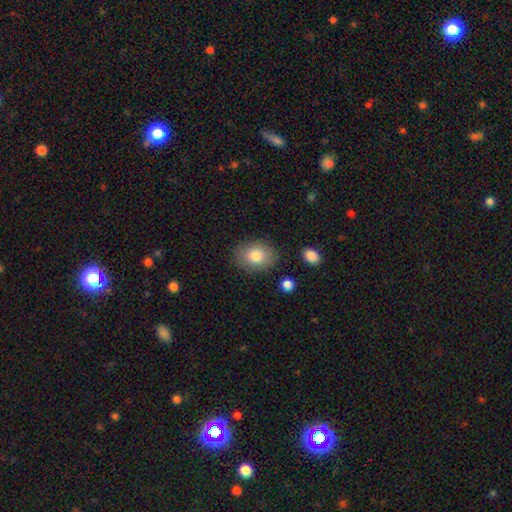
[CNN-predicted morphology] Q: Smooth or featured?
A: smooth (81%); runner-up: featured or disk (11%)
Q: How rounded?
A: in between (65%); runner-up: round (34%)
Q: Merging?
A: none (83%); runner-up: minor disturbance (11%)